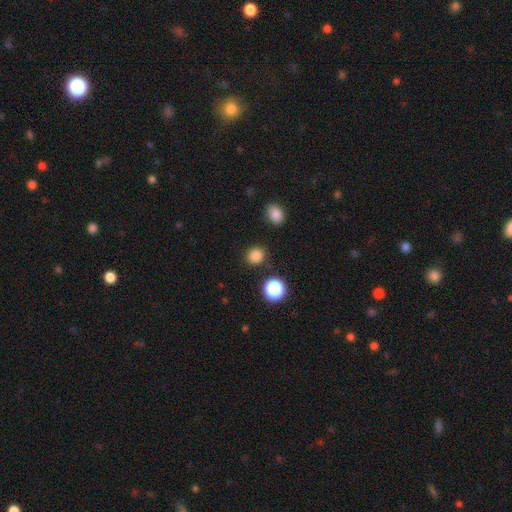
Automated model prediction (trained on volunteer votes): Q: Smooth or featured?
A: smooth (82%); runner-up: star or artifact (14%)
Q: How rounded?
A: round (86%); runner-up: in between (13%)
Q: Merging?
A: none (88%); runner-up: minor disturbance (7%)